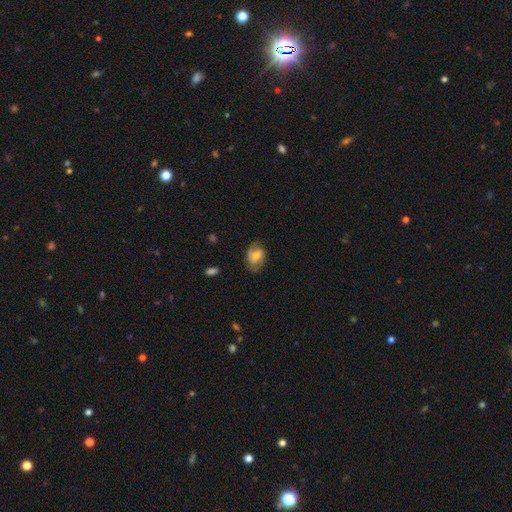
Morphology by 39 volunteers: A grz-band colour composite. It shows a featured or disk galaxy (69%) with a weak bar (58%), 2 (90%) medium (80%) spiral arms (83%) and a moderate central bulge (62%). Merging: none (73%).